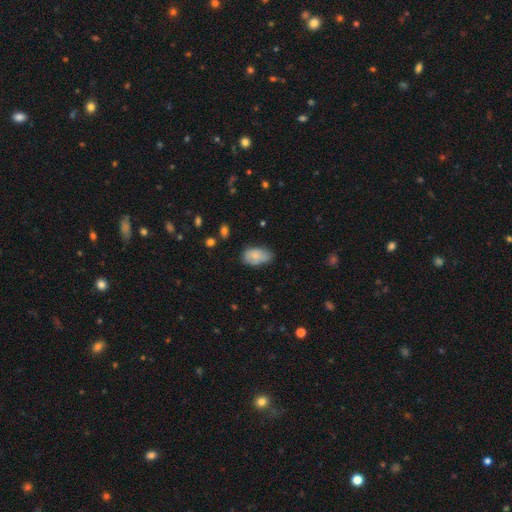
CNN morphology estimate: smooth-or-featured: smooth: 80% | featured or disk: 12% | star or artifact: 8%
  how-rounded: in between: 93% | round: 5% | cigar-shaped: 2%
  merging: none: 51% | minor disturbance: 35% | major disturbance: 10% | merger: 4%